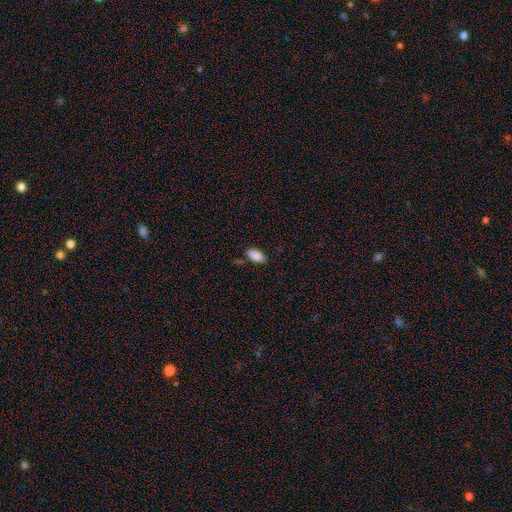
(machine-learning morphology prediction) Smooth or featured?
  - smooth: 88% *
  - star or artifact: 7%
  - featured or disk: 4%
How rounded?
  - in between: 92% *
  - cigar-shaped: 6%
  - round: 2%
Merging?
  - none: 80% *
  - minor disturbance: 14%
  - merger: 3%
  - major disturbance: 3%